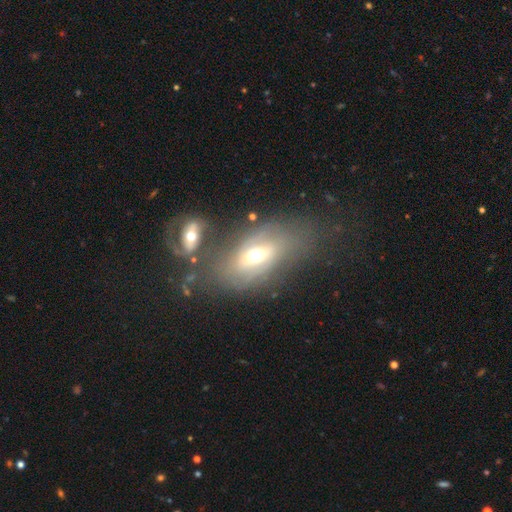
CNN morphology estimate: Smooth or featured: featured or disk — 49% (smooth — 41%)
Merging: none — 45% (merger — 20%)